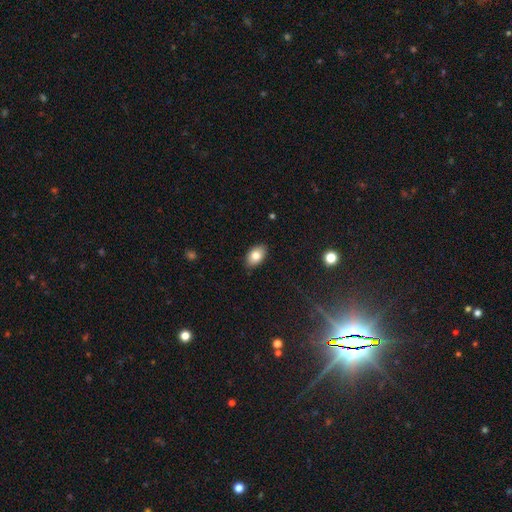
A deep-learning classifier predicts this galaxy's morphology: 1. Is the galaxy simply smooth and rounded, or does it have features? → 81% smooth, 11% featured or disk, 8% star or artifact.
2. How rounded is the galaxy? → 91% in between, 8% round, 1% cigar-shaped.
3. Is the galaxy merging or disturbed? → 87% none, 10% minor disturbance, 2% major disturbance, 1% merger.